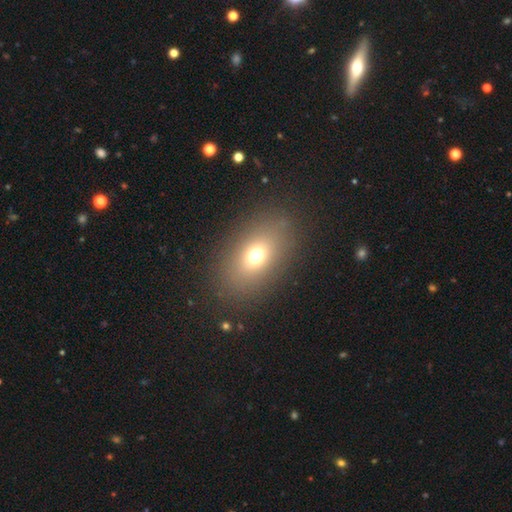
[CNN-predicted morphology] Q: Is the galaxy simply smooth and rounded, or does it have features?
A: smooth — 68%.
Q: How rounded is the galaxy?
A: in between — 76%.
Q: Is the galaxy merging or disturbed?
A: none — 84%.